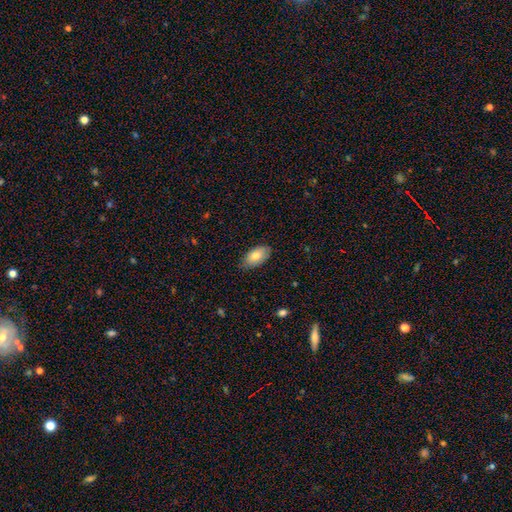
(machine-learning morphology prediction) smooth_or_featured: smooth (p=0.79) [alt: featured or disk p=0.15]
how_rounded: in between (p=0.94) [alt: round p=0.03]
merging: none (p=0.80) [alt: minor disturbance p=0.16]